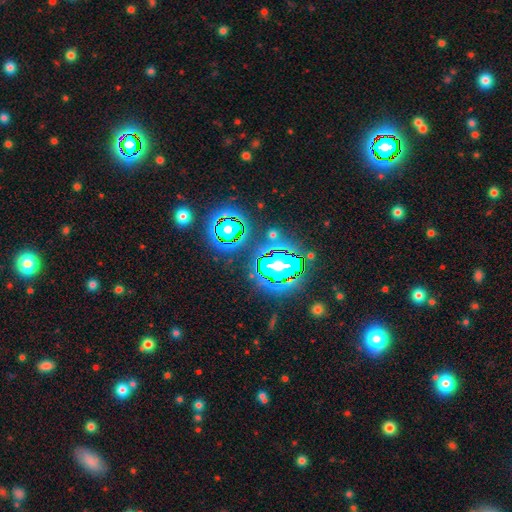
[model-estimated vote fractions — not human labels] smooth_or_featured: star or artifact (p=0.78) [alt: smooth p=0.12]